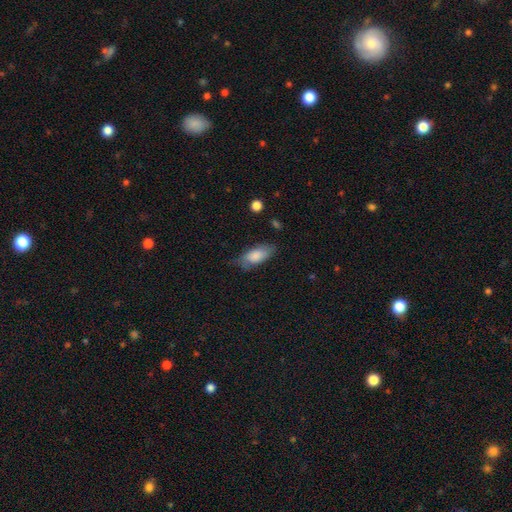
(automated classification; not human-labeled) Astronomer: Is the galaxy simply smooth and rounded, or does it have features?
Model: smooth — 81%.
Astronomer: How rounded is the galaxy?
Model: in between — 85%.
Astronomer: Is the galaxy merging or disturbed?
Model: none — 59%.